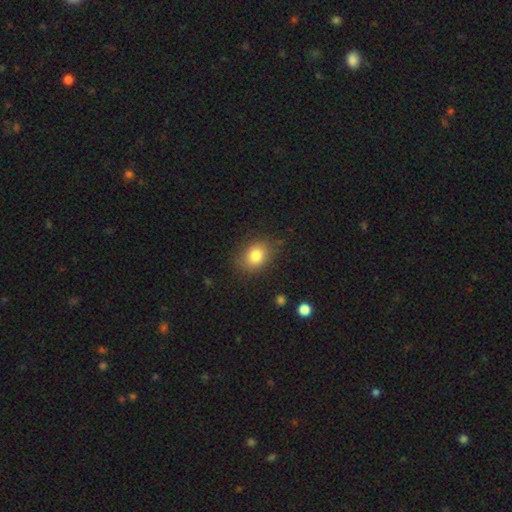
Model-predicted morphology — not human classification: A smooth galaxy with no disk features (82%) that is in between round and cigar-shaped (57%). Merging: none (80%).